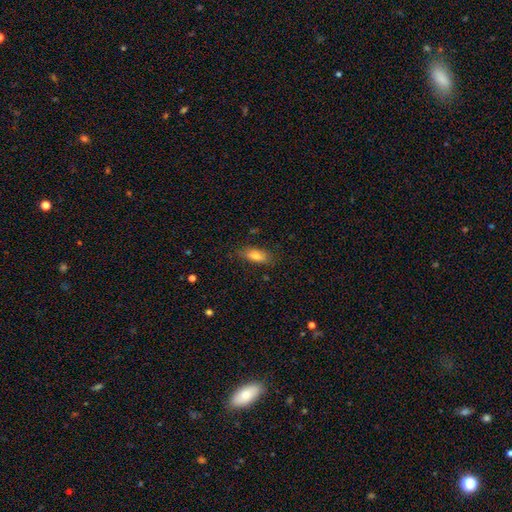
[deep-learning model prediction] Smooth or featured?
  - smooth: 75% *
  - featured or disk: 17%
  - star or artifact: 8%
How rounded?
  - in between: 71% *
  - cigar-shaped: 26%
  - round: 3%
Merging?
  - none: 77% *
  - minor disturbance: 18%
  - major disturbance: 4%
  - merger: 1%